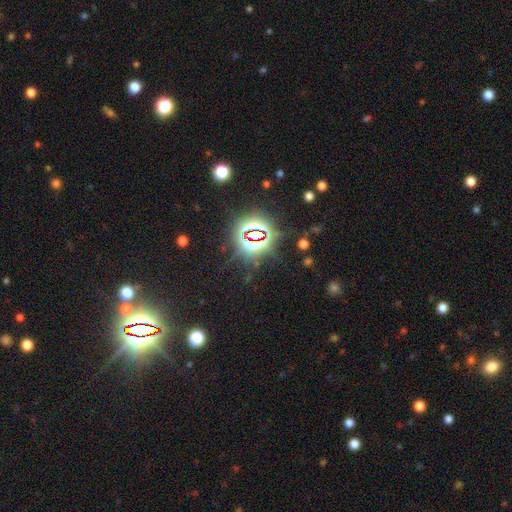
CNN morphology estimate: This is clearly a star or artifact rather than a galaxy (83%).